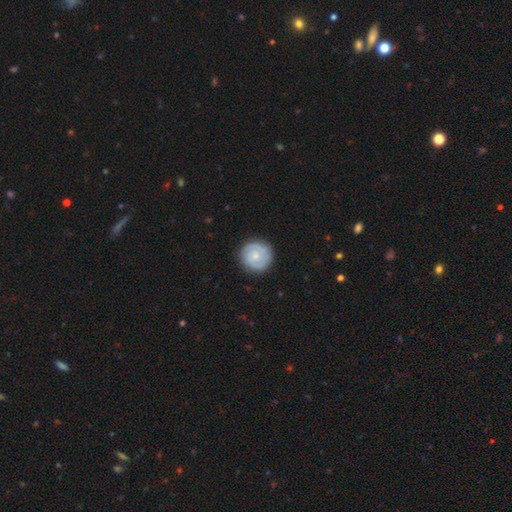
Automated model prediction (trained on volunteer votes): The model was most divided on "smooth or featured" (2-way tie): featured or disk: 47%, smooth: 47%, star or artifact: 6%. More confident: merging — none (86%).